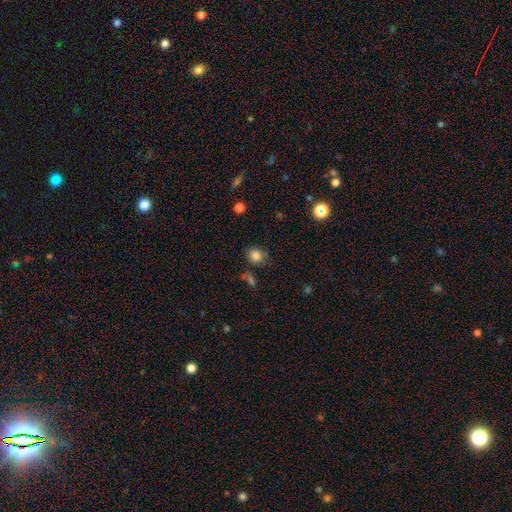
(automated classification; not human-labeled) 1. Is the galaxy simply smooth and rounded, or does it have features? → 82% smooth, 13% star or artifact, 6% featured or disk.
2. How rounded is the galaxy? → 74% round, 24% in between, 1% cigar-shaped.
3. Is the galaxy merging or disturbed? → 72% none, 17% minor disturbance, 6% merger, 5% major disturbance.